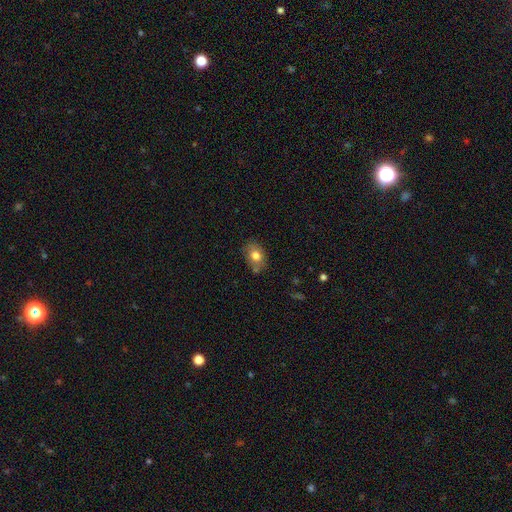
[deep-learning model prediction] A smooth galaxy with no disk features (76%) that is in between round and cigar-shaped (69%). Merging: none (66%).